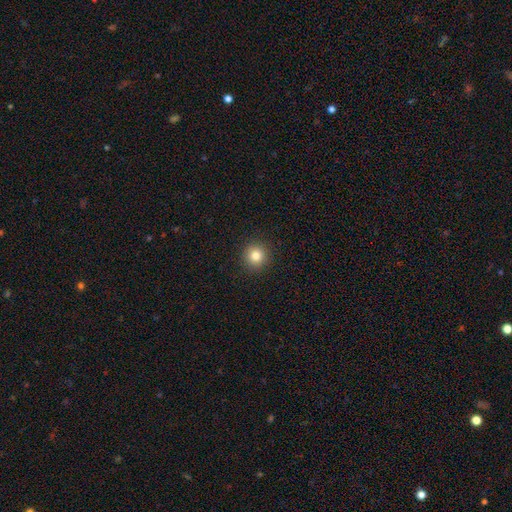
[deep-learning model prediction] smooth 82%, star or artifact 12%, featured or disk 6%. Down the decision tree: how rounded — round (94%); merging — none (92%).